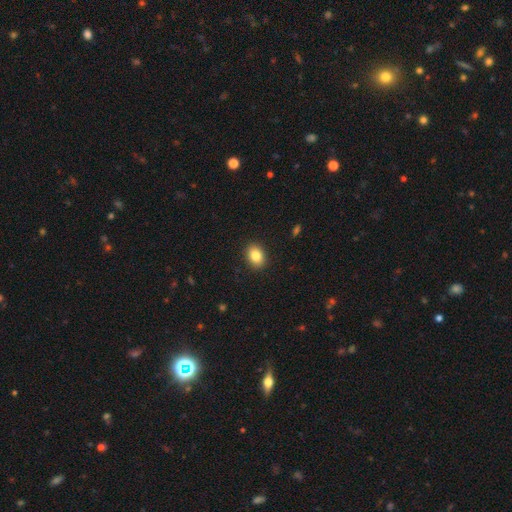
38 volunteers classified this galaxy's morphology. Smooth or featured: smooth — 89% (star or artifact — 8%)
How rounded: in between — 74% (round — 26%)
Merging: none — 91% (minor disturbance — 9%)